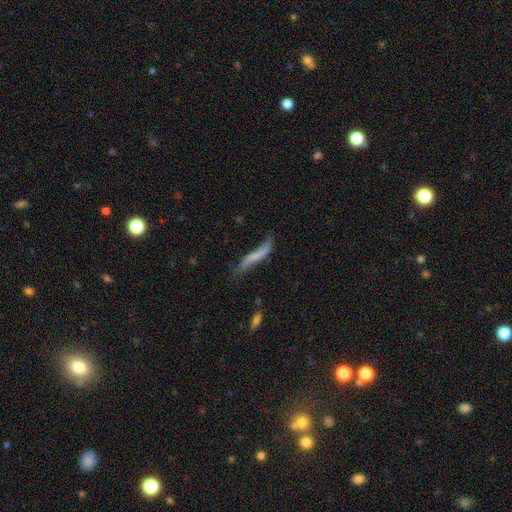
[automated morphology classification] A smooth galaxy with no disk features (52%) that is cigar-shaped (88%). Merging: none (48%).